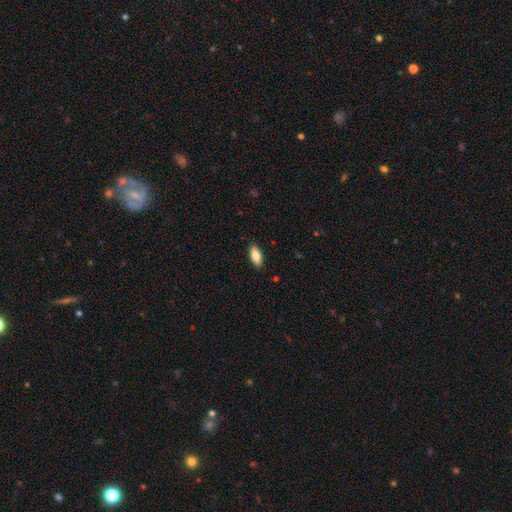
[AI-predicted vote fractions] smooth_or_featured: smooth (p=0.85) [alt: featured or disk p=0.09]
how_rounded: in between (p=0.85) [alt: cigar-shaped p=0.13]
merging: none (p=0.88) [alt: minor disturbance p=0.09]